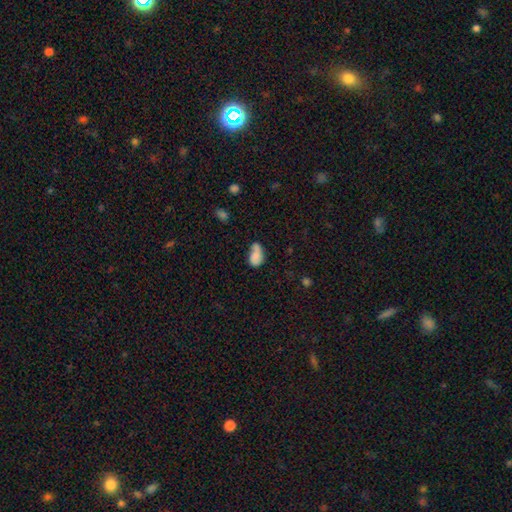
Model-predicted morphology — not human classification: smooth_or_featured: smooth (p=0.71) [alt: featured or disk p=0.20]
how_rounded: in between (p=0.88) [alt: round p=0.10]
merging: none (p=0.36) [alt: minor disturbance p=0.31]